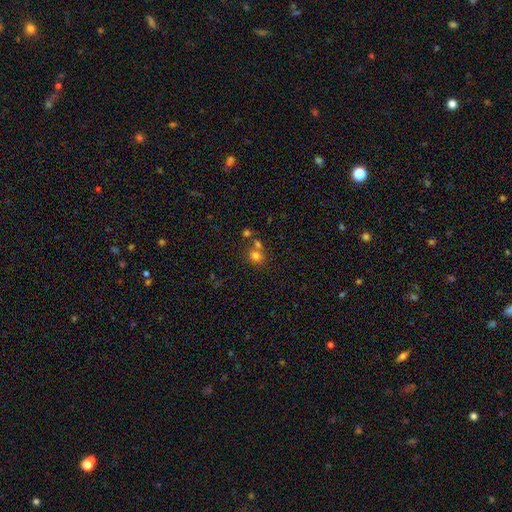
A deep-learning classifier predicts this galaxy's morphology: Smooth or featured? smooth (75%)
How rounded? round (68%)
Merging? none (55%)